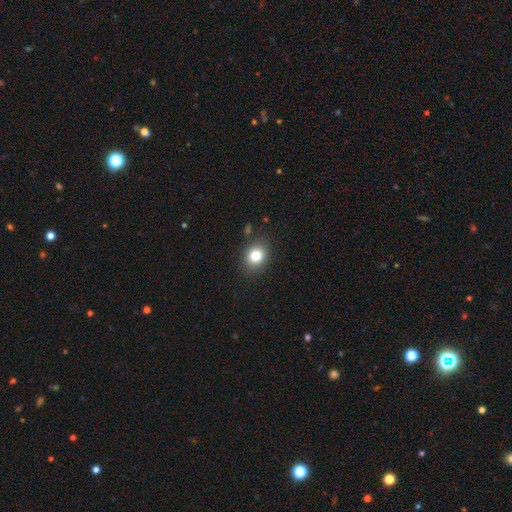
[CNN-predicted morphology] Overall: smooth (81%). How rounded: round (59%; in between 40%). Merging: none (86%).